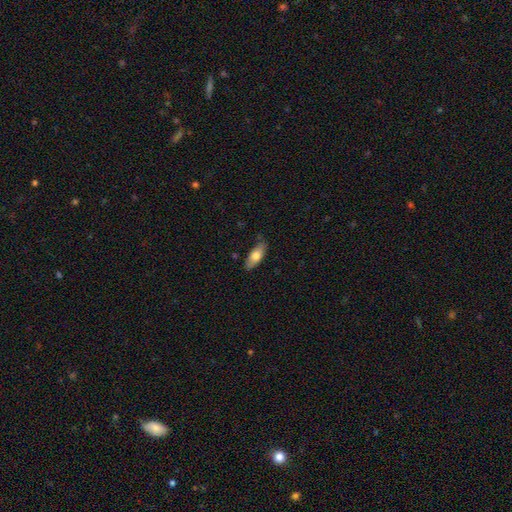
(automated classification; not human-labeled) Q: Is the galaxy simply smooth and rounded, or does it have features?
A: smooth — 73%.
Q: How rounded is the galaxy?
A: in between — 76%.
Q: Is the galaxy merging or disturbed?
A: none — 80%.